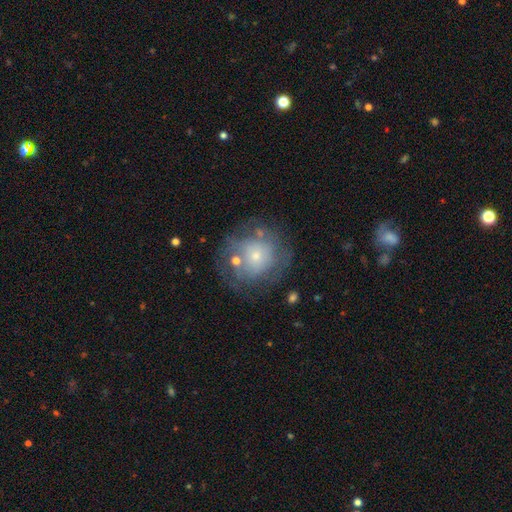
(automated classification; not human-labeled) A featured or disk galaxy (45%). Merging: none (61%).